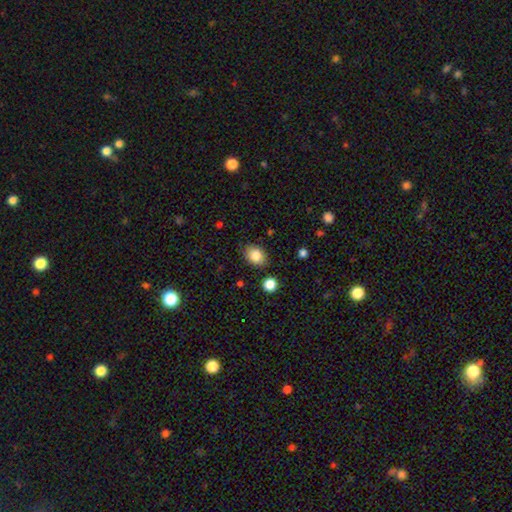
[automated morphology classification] Smooth or featured: smooth — 84% (star or artifact — 9%)
How rounded: in between — 66% (round — 33%)
Merging: none — 84% (minor disturbance — 11%)